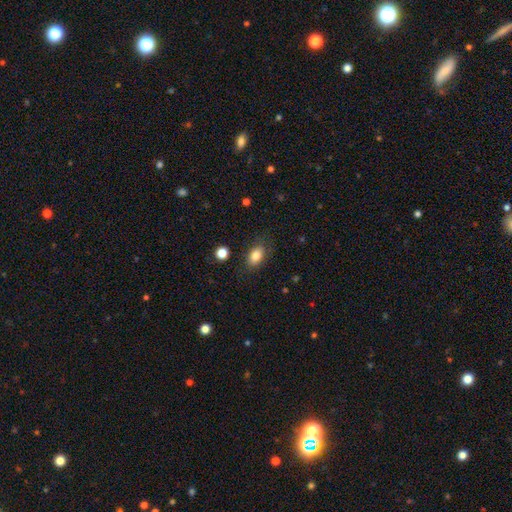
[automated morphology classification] This appears to be a smooth galaxy with no disk features (83%) that is in between round and cigar-shaped (85%). Merging: none (82%).